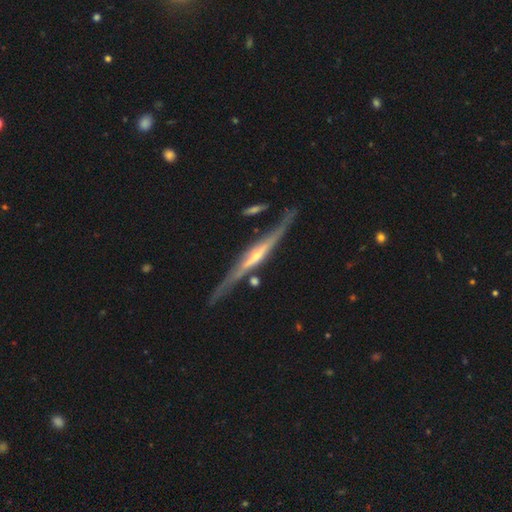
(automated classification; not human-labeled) Smooth or featured: featured or disk — 85% (smooth — 9%)
Edge-on disk: yes — 93% (no — 7%)
Edge-on bulge: rounded — 68% (none — 21%)
Merging: none — 76% (minor disturbance — 16%)